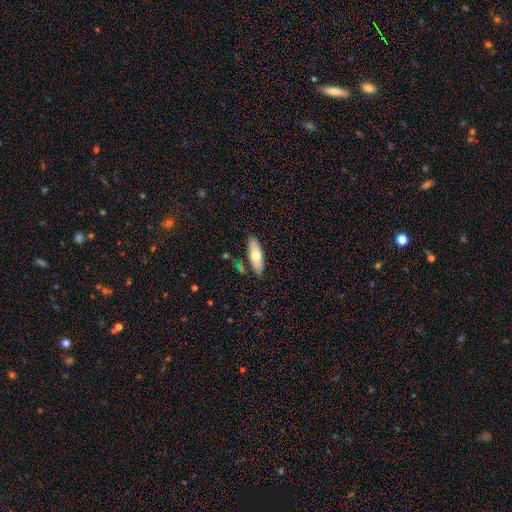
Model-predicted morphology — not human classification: Smooth or featured?
  - smooth: 65% *
  - featured or disk: 29%
  - star or artifact: 6%
How rounded?
  - in between: 70% *
  - cigar-shaped: 28%
  - round: 2%
Merging?
  - none: 83% *
  - minor disturbance: 12%
  - merger: 3%
  - major disturbance: 2%